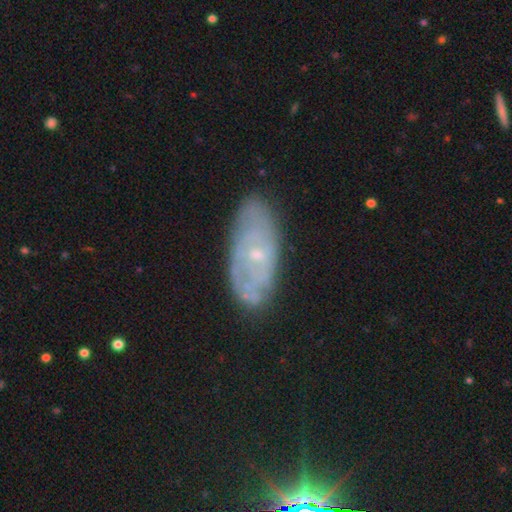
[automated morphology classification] A featured or disk galaxy (68%) with no bar (74%), spiral arms (70%) and a small central bulge (77%). Merging: none (77%).